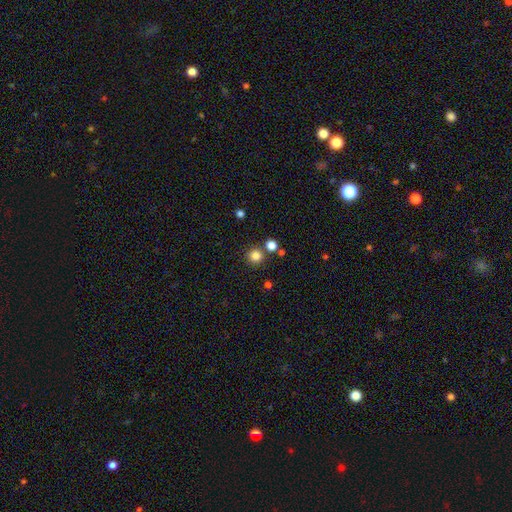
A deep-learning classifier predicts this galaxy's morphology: smooth_or_featured: smooth (p=0.83) [alt: star or artifact p=0.13]
how_rounded: round (p=0.92) [alt: in between p=0.07]
merging: none (p=0.81) [alt: merger p=0.10]